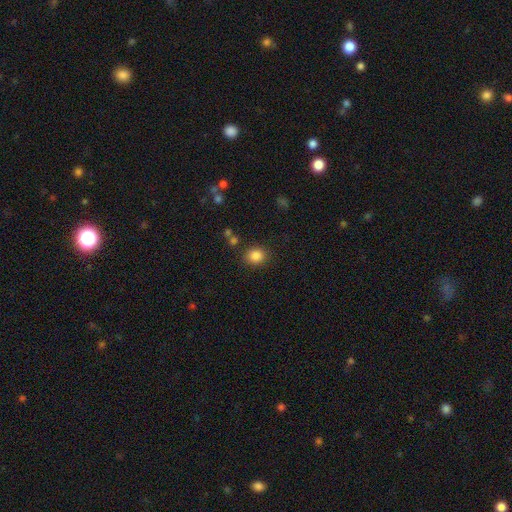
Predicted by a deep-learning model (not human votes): smooth-or-featured: smooth: 85% | star or artifact: 11% | featured or disk: 4%
  how-rounded: round: 74% | in between: 25% | cigar-shaped: 1%
  merging: none: 85% | minor disturbance: 9% | major disturbance: 3% | merger: 3%